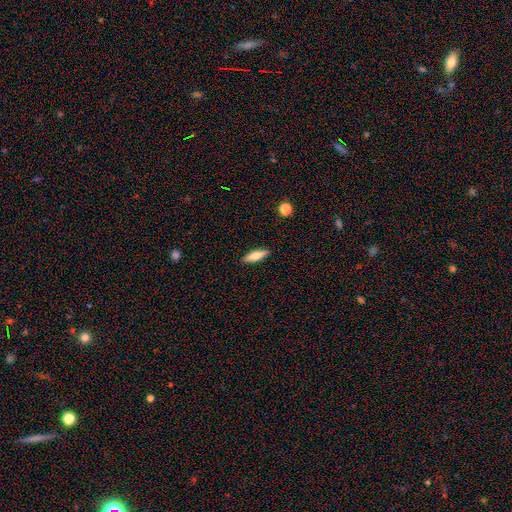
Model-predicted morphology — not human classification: smooth-or-featured: smooth: 69% | featured or disk: 25% | star or artifact: 6%
  how-rounded: cigar-shaped: 53% | in between: 45% | round: 2%
  merging: none: 89% | minor disturbance: 8% | major disturbance: 2% | merger: 1%